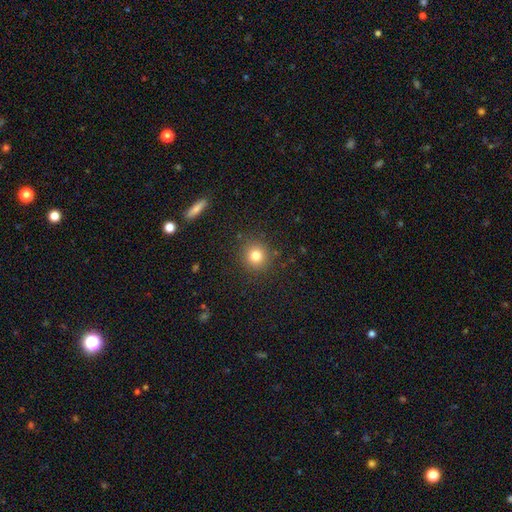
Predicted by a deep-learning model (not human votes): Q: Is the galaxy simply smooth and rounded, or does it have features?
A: smooth — 80%.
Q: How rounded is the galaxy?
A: round — 92%.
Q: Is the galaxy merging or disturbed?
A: none — 89%.